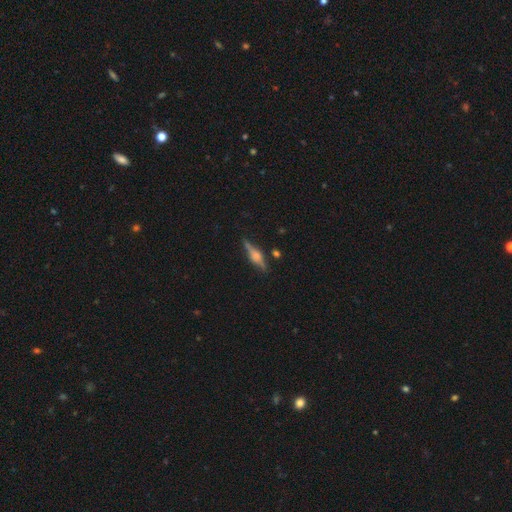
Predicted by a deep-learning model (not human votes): smooth_or_featured: featured or disk (p=0.71) [alt: smooth p=0.22]
disk_edge_on: yes (p=0.96) [alt: no p=0.04]
edge_on_bulge: rounded (p=0.83) [alt: boxy p=0.14]
merging: none (p=0.81) [alt: minor disturbance p=0.13]